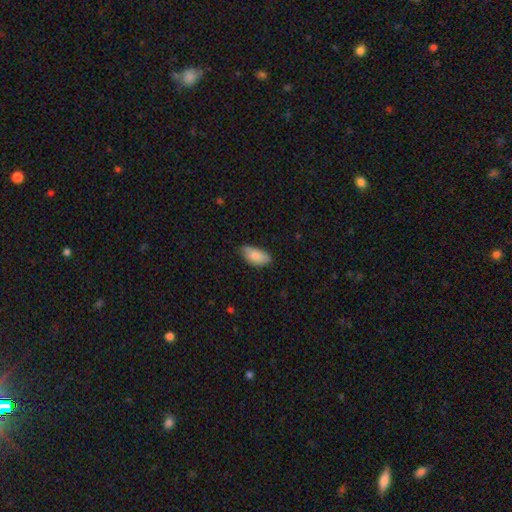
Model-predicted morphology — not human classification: Smooth or featured?
  - smooth: 87% *
  - featured or disk: 7%
  - star or artifact: 6%
How rounded?
  - in between: 93% *
  - cigar-shaped: 4%
  - round: 3%
Merging?
  - none: 68% *
  - minor disturbance: 27%
  - major disturbance: 4%
  - merger: 1%